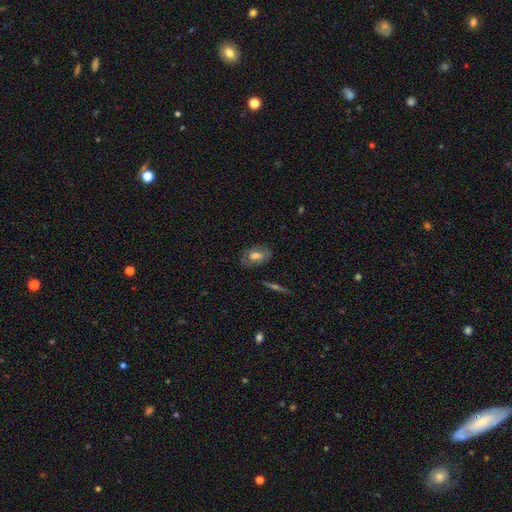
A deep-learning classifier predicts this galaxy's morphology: Smooth or featured? smooth (54%)
How rounded? in between (87%)
Merging? none (75%)